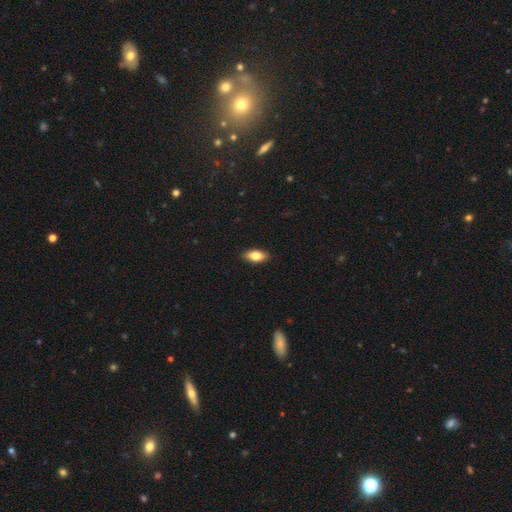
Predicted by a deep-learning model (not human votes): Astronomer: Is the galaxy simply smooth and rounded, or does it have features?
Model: smooth — 81%.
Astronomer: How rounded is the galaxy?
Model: in between — 88%.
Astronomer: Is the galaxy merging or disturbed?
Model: none — 89%.